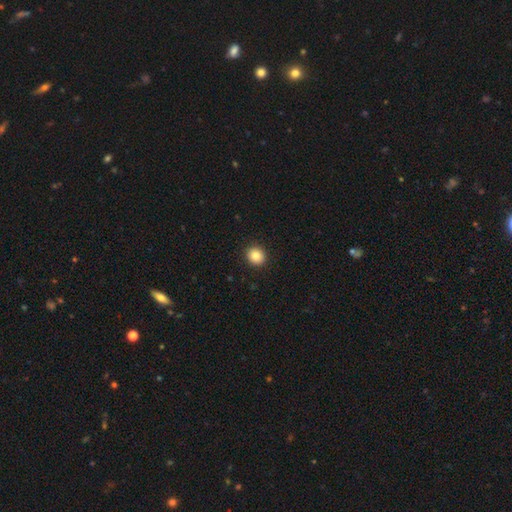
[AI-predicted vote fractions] A smooth galaxy with no disk features (85%) that is round (84%). Merging: none (92%).